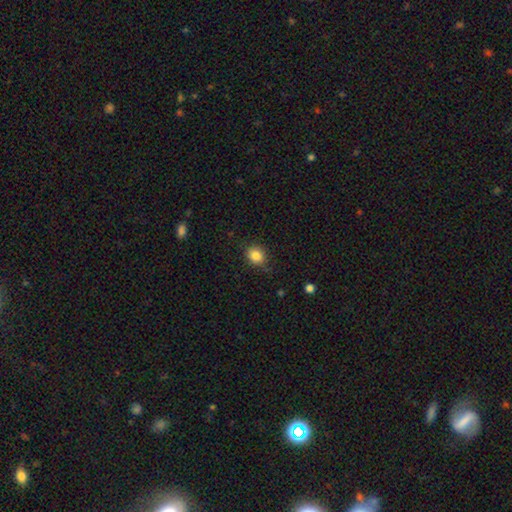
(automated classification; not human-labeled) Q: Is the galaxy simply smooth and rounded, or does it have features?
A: smooth — 85%.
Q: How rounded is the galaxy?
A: round — 62%.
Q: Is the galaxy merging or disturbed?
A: none — 81%.